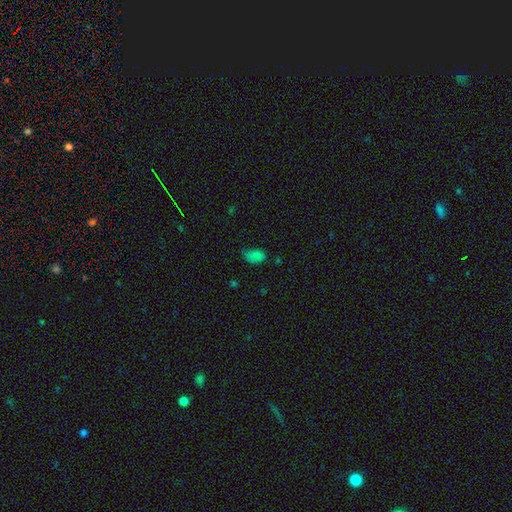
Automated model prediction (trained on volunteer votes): Smooth or featured: smooth — 75% (star or artifact — 18%)
How rounded: in between — 88% (round — 10%)
Merging: none — 46% (minor disturbance — 36%)